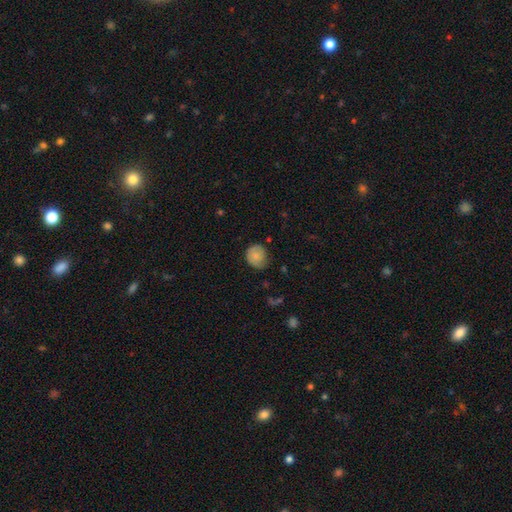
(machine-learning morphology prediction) A smooth galaxy with no disk features (78%) that is round (81%).

Vote fractions:
- Smooth or featured? smooth: 78% / featured or disk: 14% / star or artifact: 8%
- How rounded? round: 81% / in between: 18% / cigar-shaped: 1%
- Merging? none: 64% / minor disturbance: 28% / major disturbance: 6% / merger: 1%